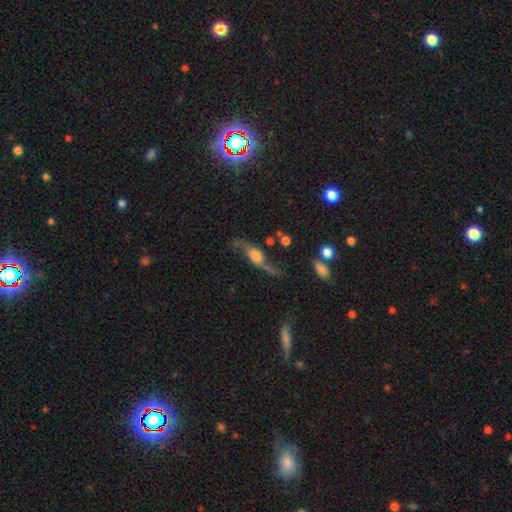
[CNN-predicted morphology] Overall: featured or disk (80%). Edge-on disk: no (73%). Bar: no (63%; weak 28%). Spiral arms: yes (93%). Spiral arm count: 2 (93%). Spiral winding: loose (91%). Bulge size: moderate (44%; large 30%). Merging: none (63%).